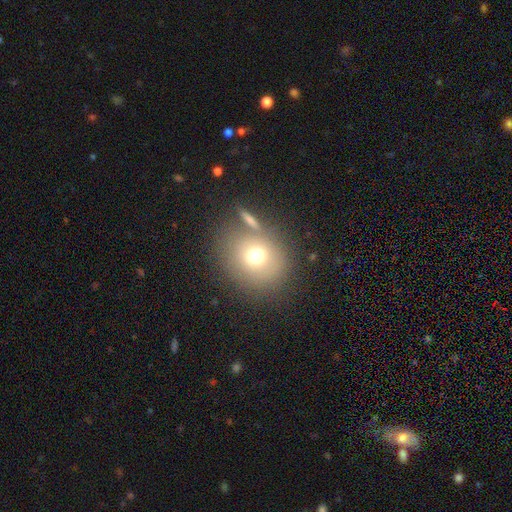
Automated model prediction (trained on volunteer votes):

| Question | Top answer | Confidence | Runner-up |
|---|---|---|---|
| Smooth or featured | smooth | 69% | featured or disk (17%) |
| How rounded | round | 76% | in between (23%) |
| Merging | none | 67% | merger (15%) |